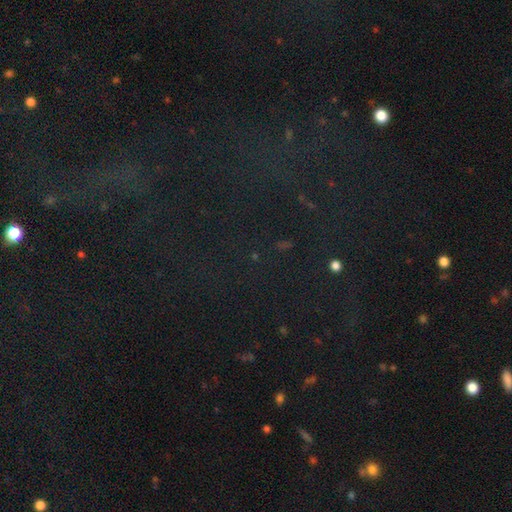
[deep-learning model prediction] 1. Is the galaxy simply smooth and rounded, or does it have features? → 74% star or artifact, 15% smooth, 11% featured or disk.